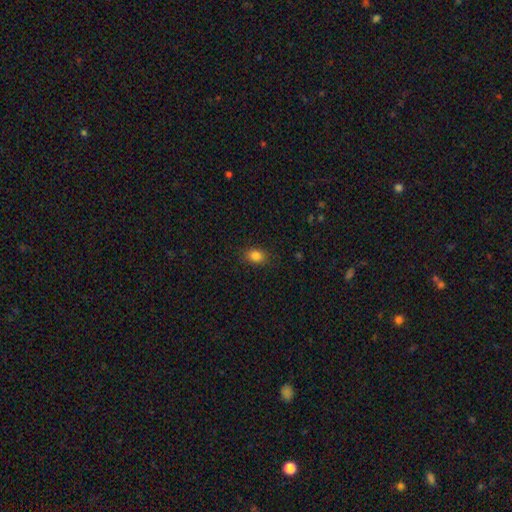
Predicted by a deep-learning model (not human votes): Smooth or featured? Predicted: smooth (p=0.84). How rounded? Predicted: in between (p=0.66). Merging? Predicted: none (p=0.85).